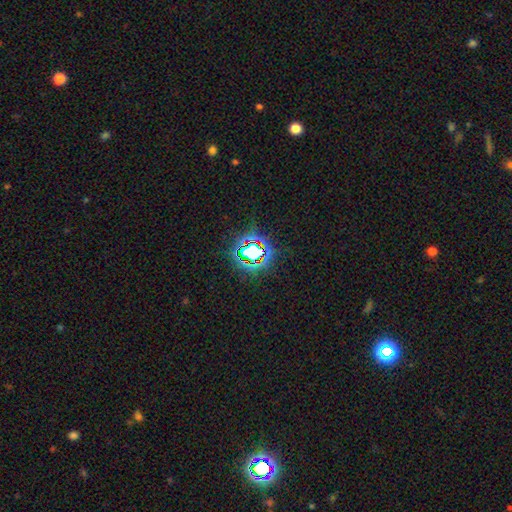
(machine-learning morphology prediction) star or artifact 78%, smooth 13%, featured or disk 9%.